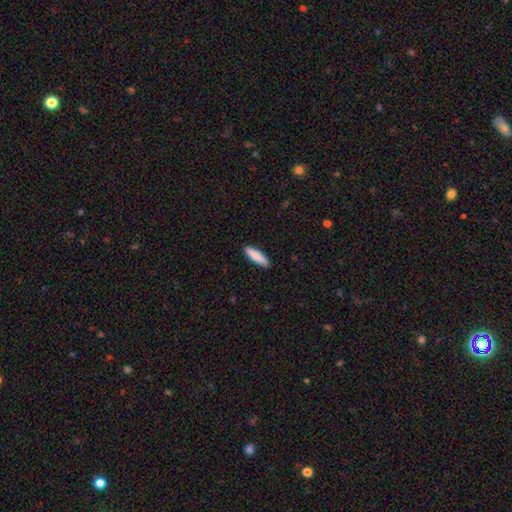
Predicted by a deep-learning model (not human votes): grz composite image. It shows a smooth galaxy with no disk features (84%) that is cigar-shaped (72%). Merging: none (90%).